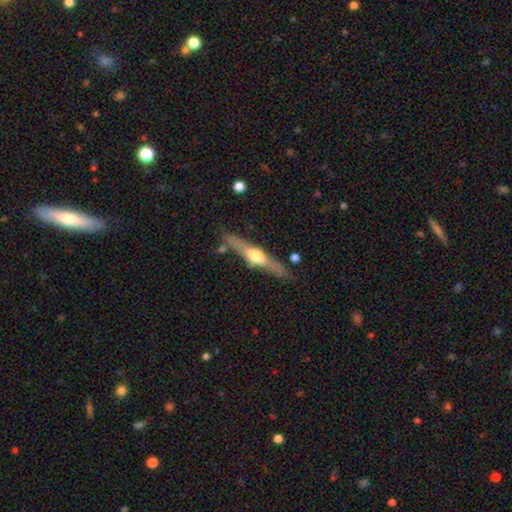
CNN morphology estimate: smooth_or_featured: featured or disk (p=0.67) [alt: smooth p=0.28]
disk_edge_on: yes (p=0.95) [alt: no p=0.05]
edge_on_bulge: rounded (p=0.92) [alt: boxy p=0.05]
merging: none (p=0.80) [alt: minor disturbance p=0.13]